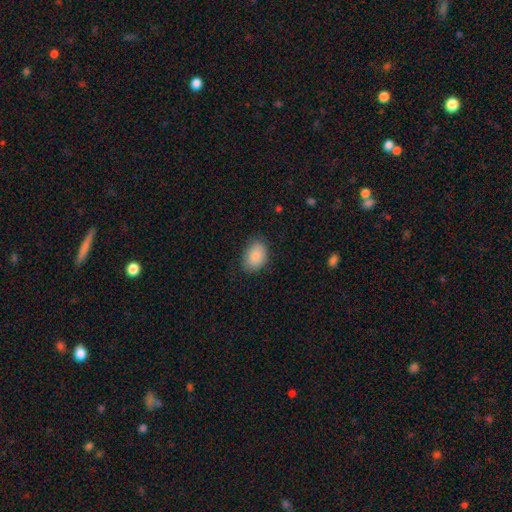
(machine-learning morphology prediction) Smooth or featured? Predicted: smooth (p=0.88). How rounded? Predicted: in between (p=0.83). Merging? Predicted: none (p=0.81).